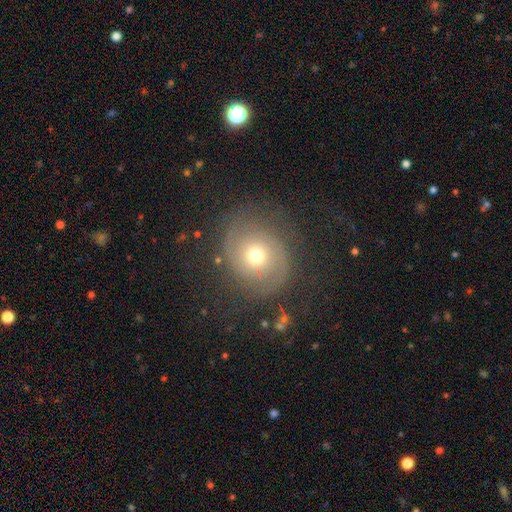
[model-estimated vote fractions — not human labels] A featured or disk galaxy (62%) with no bar (79%), 2 (76%) tight (47%) spiral arms (84%) and a moderate central bulge (59%).

Vote fractions:
- Smooth or featured? featured or disk: 62% / smooth: 26% / star or artifact: 12%
- Edge-on disk? no: 97% / yes: 3%
- Bar? no: 79% / weak: 17% / strong: 4%
- Spiral arms? yes: 84% / no: 16%
- Spiral winding? tight: 47% / medium: 38% / loose: 15%
- Spiral arm count? 2: 76% / can't tell: 13% / 1: 4% / 3: 3% / 4: 2% / more than 4: 2%
- Bulge size? moderate: 59% / small: 33% / large: 5% / dominant: 1% / none: 1%
- Merging? none: 74% / minor disturbance: 15% / major disturbance: 9% / merger: 2%